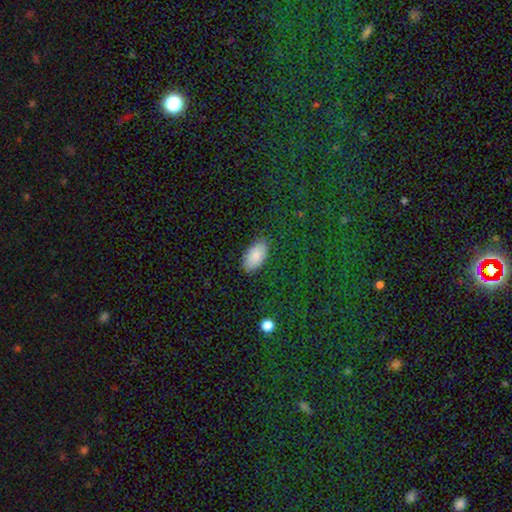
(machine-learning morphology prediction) This is clearly a smooth galaxy (85%). How rounded: clearly in between (95%). Merging: clearly none (86%).